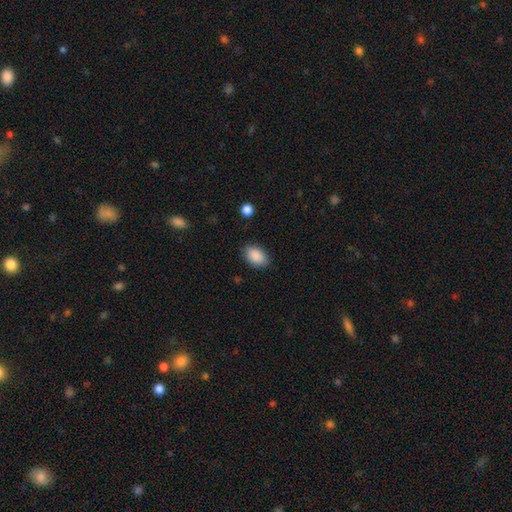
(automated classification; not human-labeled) smooth 90%, star or artifact 7%, featured or disk 3%. Down the decision tree: how rounded — in between (88%); merging — none (84%).